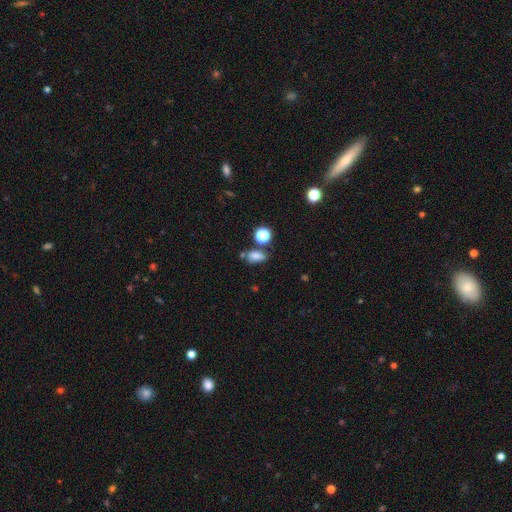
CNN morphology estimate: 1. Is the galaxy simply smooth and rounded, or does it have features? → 75% smooth, 16% star or artifact, 9% featured or disk.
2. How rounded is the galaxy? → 78% in between, 18% round, 4% cigar-shaped.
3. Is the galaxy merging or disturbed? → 59% none, 19% minor disturbance, 15% merger, 7% major disturbance.